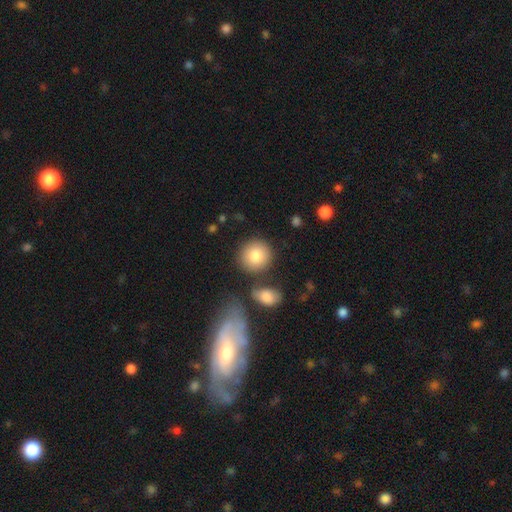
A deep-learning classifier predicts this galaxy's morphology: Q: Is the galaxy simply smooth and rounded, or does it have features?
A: smooth — 82%.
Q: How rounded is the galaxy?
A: round — 90%.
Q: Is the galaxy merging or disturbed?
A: none — 80%.